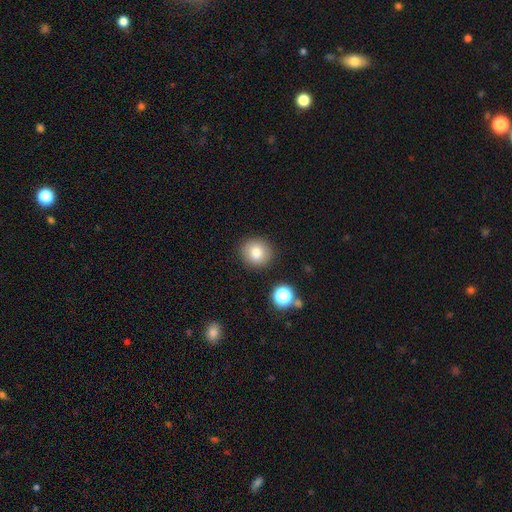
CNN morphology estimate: This is clearly a smooth galaxy (80%). How rounded: clearly round (89%). Merging: clearly none (88%).